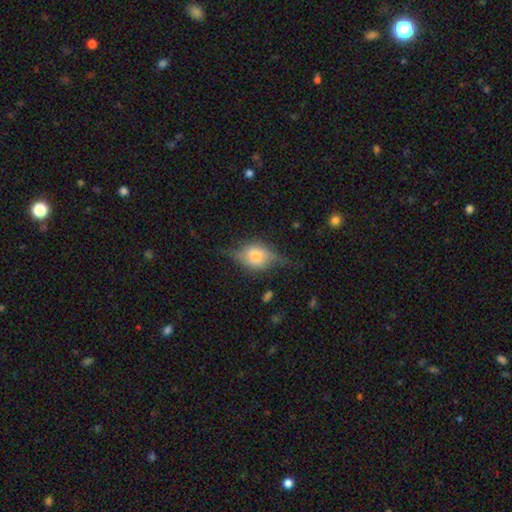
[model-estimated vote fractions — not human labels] Smooth or featured: featured or disk — 61% (smooth — 31%)
Edge-on disk: yes — 84% (no — 16%)
Edge-on bulge: rounded — 87% (boxy — 11%)
Merging: none — 61% (minor disturbance — 25%)